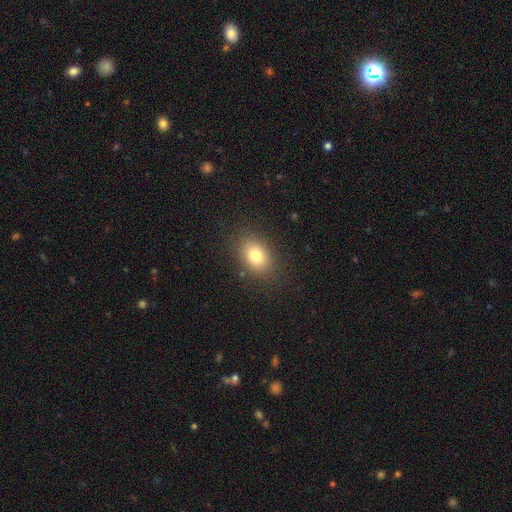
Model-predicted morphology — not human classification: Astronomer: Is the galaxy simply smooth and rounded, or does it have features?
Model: smooth — 79%.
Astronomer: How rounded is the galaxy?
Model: in between — 72%.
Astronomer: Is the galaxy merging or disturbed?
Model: none — 85%.